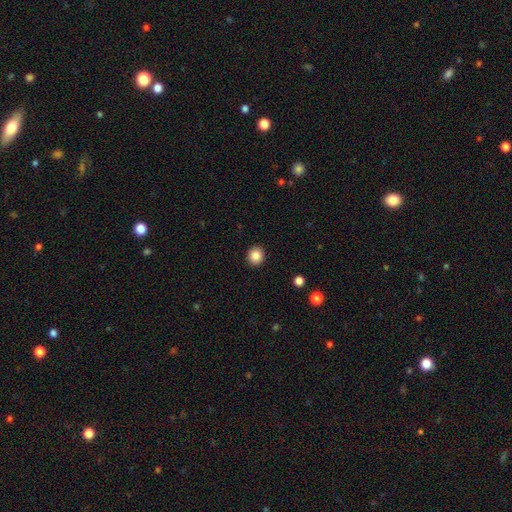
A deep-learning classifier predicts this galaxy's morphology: Smooth or featured? Predicted: smooth (p=0.86). How rounded? Predicted: round (p=0.88). Merging? Predicted: none (p=0.93).